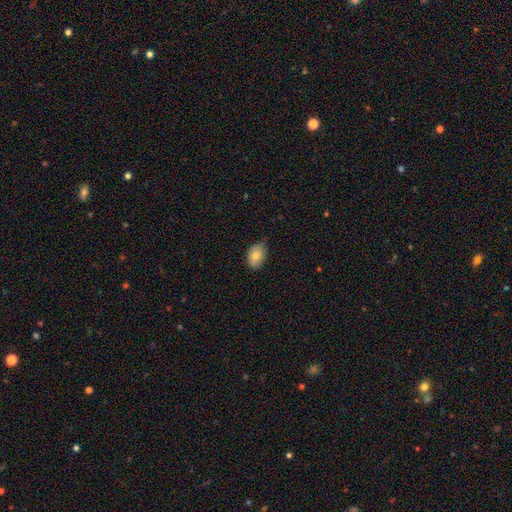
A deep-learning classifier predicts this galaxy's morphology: This is clearly a smooth galaxy (81%). How rounded: clearly in between (84%). Merging: likely none (71%).